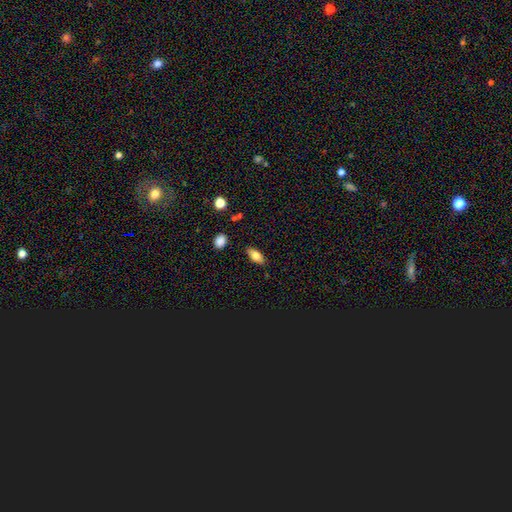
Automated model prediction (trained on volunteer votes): This appears to be a smooth galaxy with no disk features (75%) that is in between round and cigar-shaped (83%). Merging: none (85%).